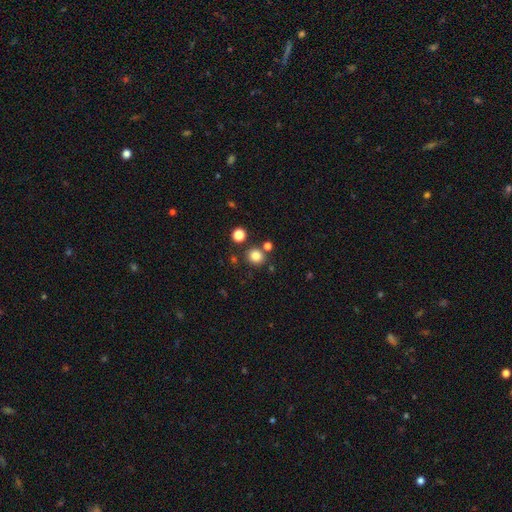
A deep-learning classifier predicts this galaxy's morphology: Q: Smooth or featured?
A: smooth (81%); runner-up: star or artifact (13%)
Q: How rounded?
A: round (88%); runner-up: in between (11%)
Q: Merging?
A: none (80%); runner-up: merger (9%)